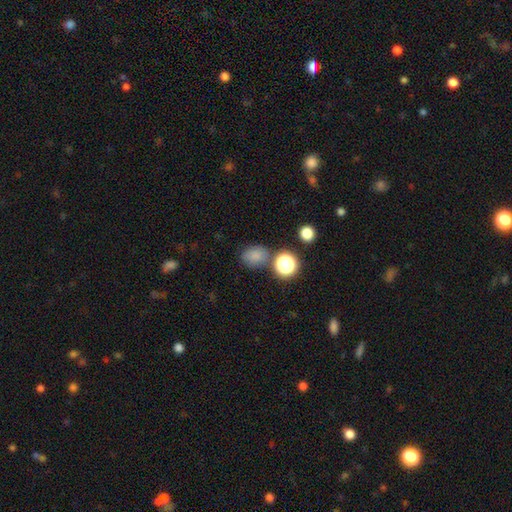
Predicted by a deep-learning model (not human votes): Smooth or featured: smooth — 77% (star or artifact — 17%)
How rounded: round — 54% (in between — 45%)
Merging: none — 70% (minor disturbance — 15%)